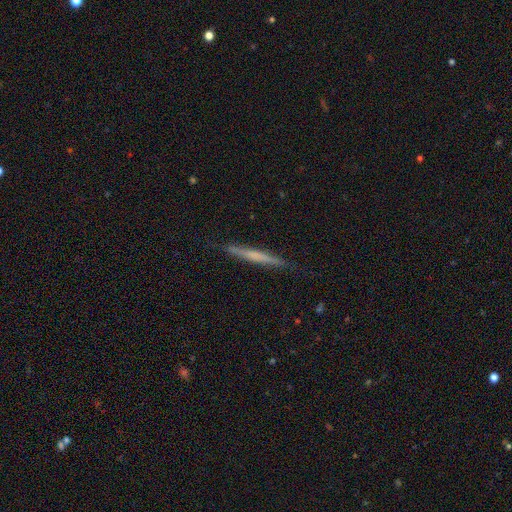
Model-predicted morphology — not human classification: Overall: smooth (47%; featured or disk 46%). Merging: none (87%).